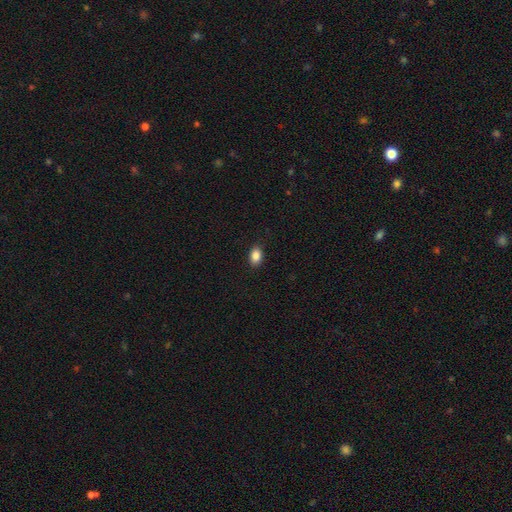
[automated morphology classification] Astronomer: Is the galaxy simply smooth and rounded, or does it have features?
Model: smooth — 87%.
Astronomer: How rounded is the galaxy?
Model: in between — 87%.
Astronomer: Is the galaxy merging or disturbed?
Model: none — 88%.